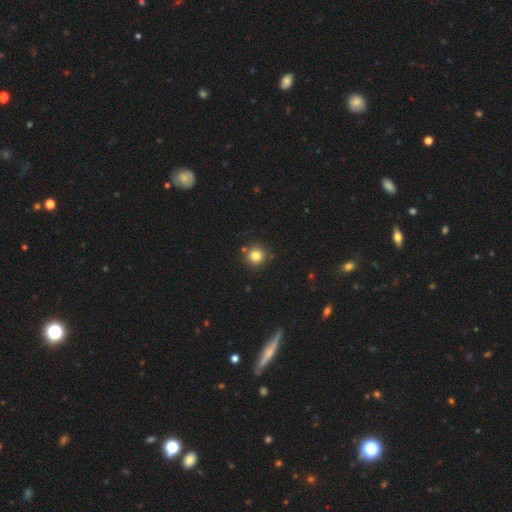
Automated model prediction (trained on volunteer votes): smooth 82%, star or artifact 12%, featured or disk 6%. Down the decision tree: how rounded — round (95%); merging — none (85%).